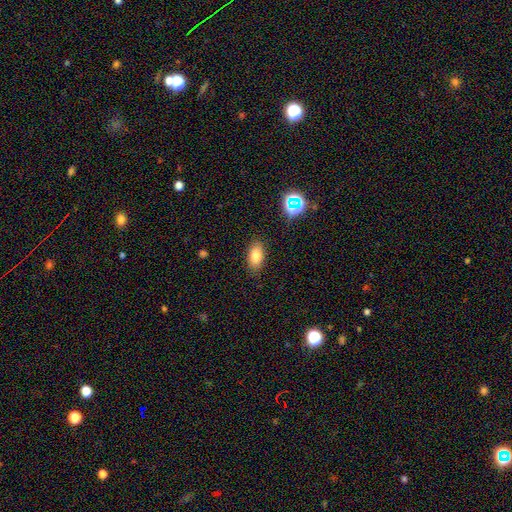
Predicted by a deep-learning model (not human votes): A smooth galaxy with no disk features (80%) that is in between round and cigar-shaped (90%). Merging: none (85%).